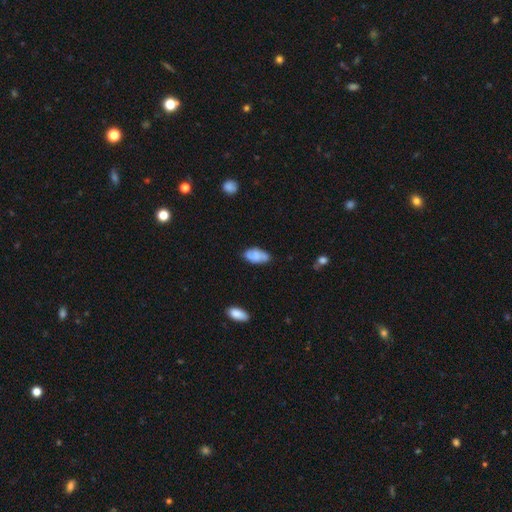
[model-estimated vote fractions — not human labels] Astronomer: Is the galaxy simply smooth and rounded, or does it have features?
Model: smooth — 67%.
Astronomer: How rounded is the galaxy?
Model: in between — 92%.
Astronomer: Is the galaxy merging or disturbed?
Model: none — 72%.